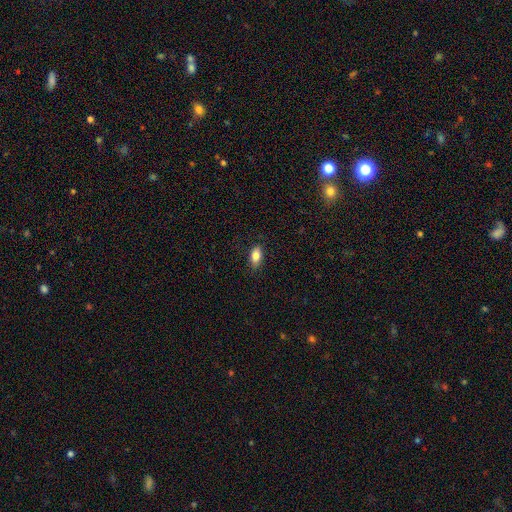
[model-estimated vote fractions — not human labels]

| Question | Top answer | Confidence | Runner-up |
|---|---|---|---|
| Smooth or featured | smooth | 82% | featured or disk (10%) |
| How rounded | in between | 88% | cigar-shaped (7%) |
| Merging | none | 85% | minor disturbance (12%) |